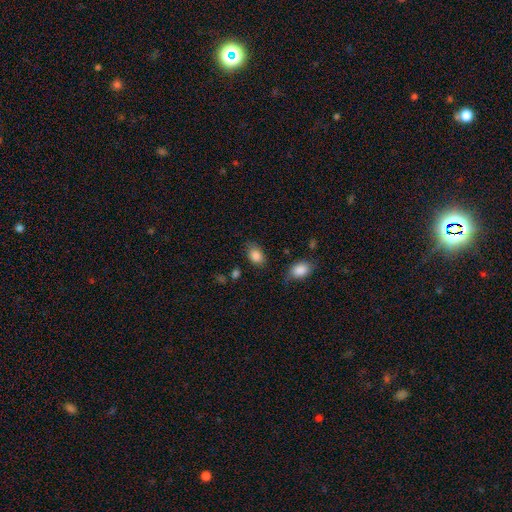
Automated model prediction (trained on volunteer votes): Overall: smooth (85%). How rounded: in between (80%). Merging: none (70%).